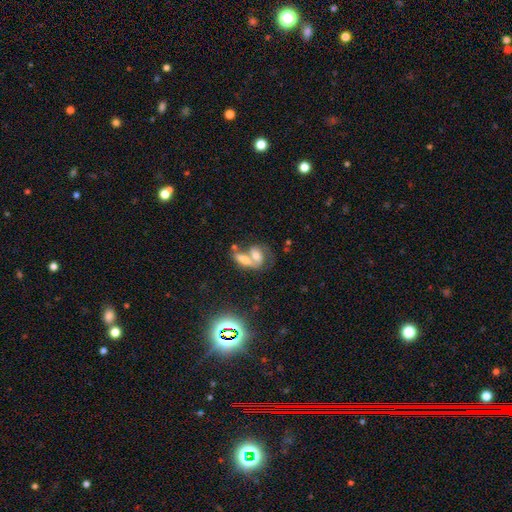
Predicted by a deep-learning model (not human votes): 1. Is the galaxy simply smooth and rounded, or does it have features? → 51% smooth, 37% featured or disk, 12% star or artifact.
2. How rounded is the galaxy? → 79% in between, 11% round, 10% cigar-shaped.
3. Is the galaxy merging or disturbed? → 65% merger, 21% none, 8% minor disturbance, 6% major disturbance.